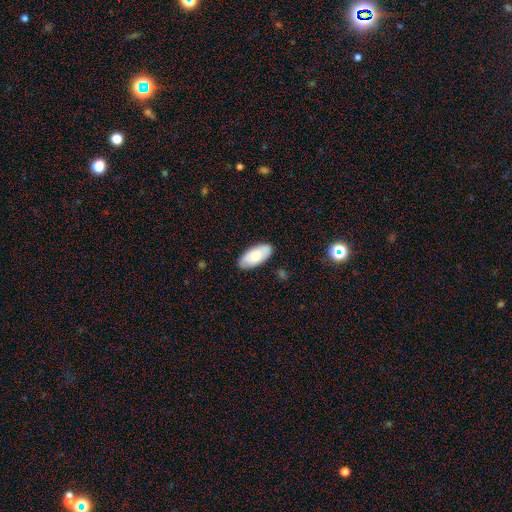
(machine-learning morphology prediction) smooth-or-featured: smooth: 77% | featured or disk: 17% | star or artifact: 6%
  how-rounded: in between: 92% | cigar-shaped: 6% | round: 2%
  merging: none: 85% | minor disturbance: 12% | major disturbance: 2% | merger: 1%